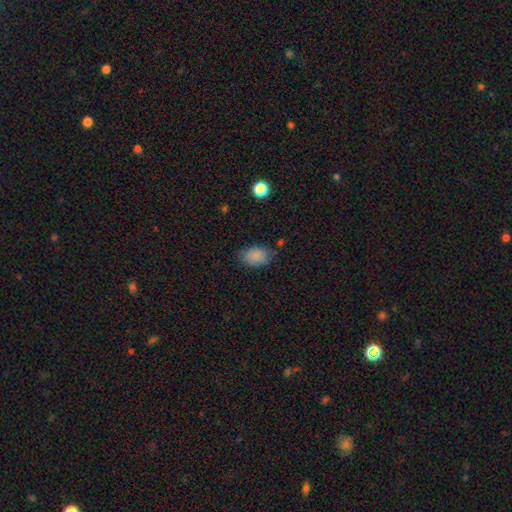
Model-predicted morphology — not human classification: Q: Smooth or featured?
A: smooth (86%); runner-up: star or artifact (9%)
Q: How rounded?
A: in between (84%); runner-up: round (15%)
Q: Merging?
A: none (74%); runner-up: minor disturbance (19%)